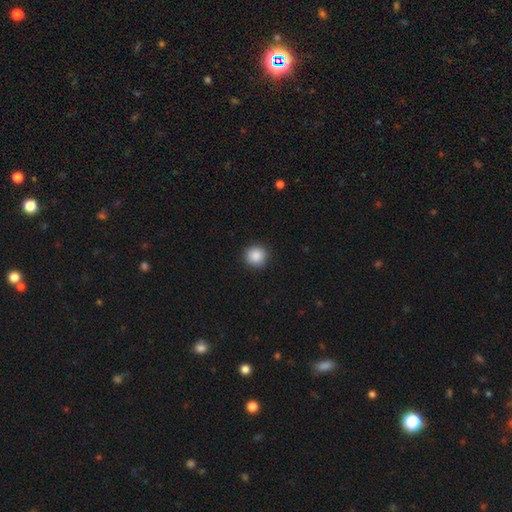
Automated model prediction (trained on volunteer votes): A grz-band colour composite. It shows a smooth galaxy with no disk features (88%) that is round (94%). Merging: none (92%).